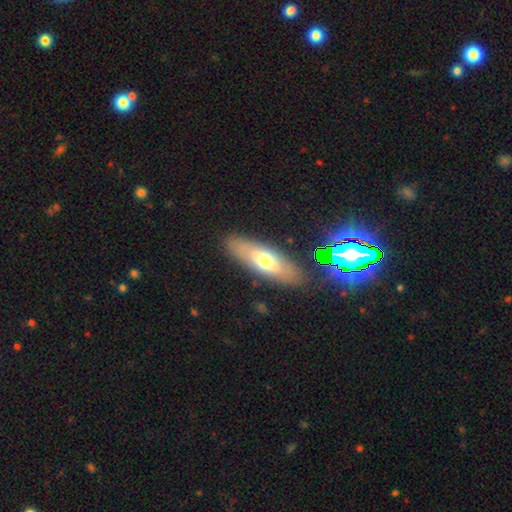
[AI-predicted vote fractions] Q: Smooth or featured?
A: smooth (40%); runner-up: featured or disk (39%)
Q: Merging?
A: none (82%); runner-up: minor disturbance (11%)